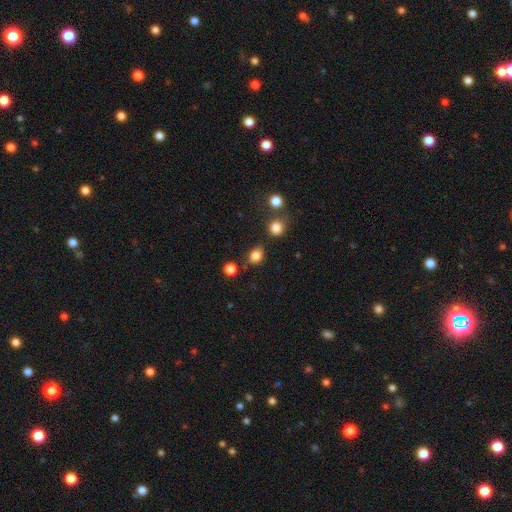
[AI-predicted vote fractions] This is clearly a smooth galaxy (83%). How rounded: possibly round (53%). Merging: likely none (78%).